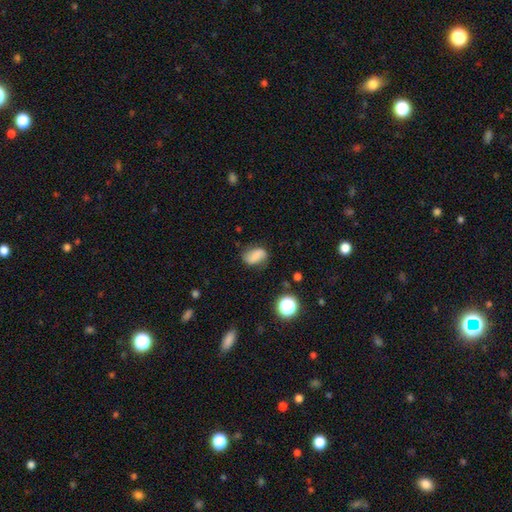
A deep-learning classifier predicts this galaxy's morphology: Q: Smooth or featured?
A: smooth (70%); runner-up: featured or disk (19%)
Q: How rounded?
A: in between (84%); runner-up: round (14%)
Q: Merging?
A: none (64%); runner-up: minor disturbance (26%)